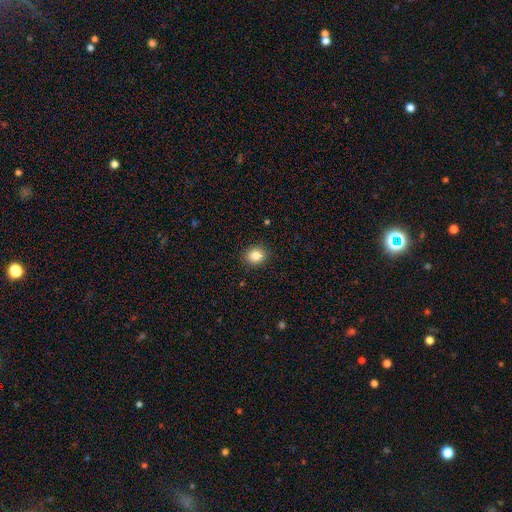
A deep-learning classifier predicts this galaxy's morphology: smooth-or-featured: smooth: 84% | star or artifact: 10% | featured or disk: 6%
  how-rounded: round: 71% | in between: 28% | cigar-shaped: 1%
  merging: none: 90% | minor disturbance: 7% | major disturbance: 2% | merger: 1%